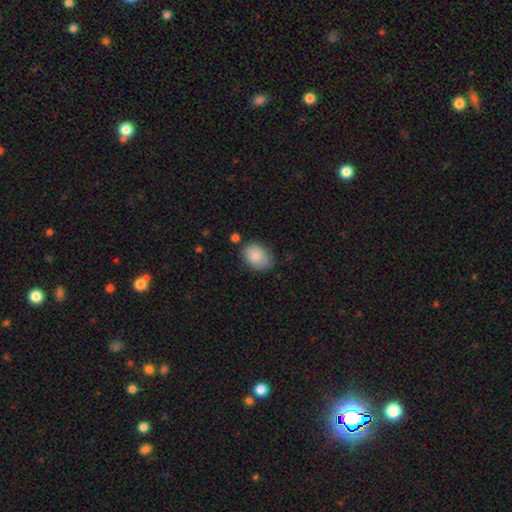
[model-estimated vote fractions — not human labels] Smooth or featured? smooth (85%)
How rounded? in between (72%)
Merging? none (70%)